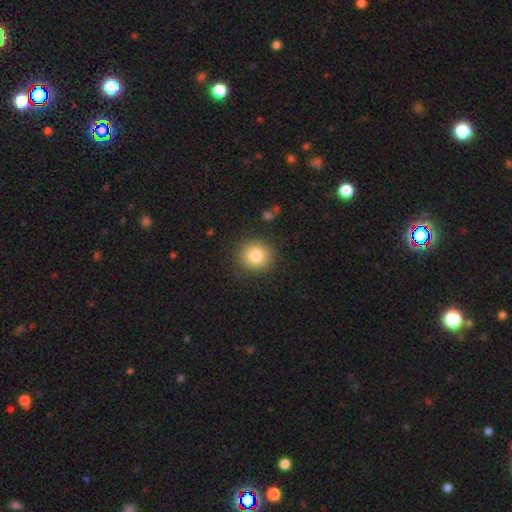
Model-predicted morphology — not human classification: Q: Smooth or featured?
A: smooth (82%); runner-up: star or artifact (10%)
Q: How rounded?
A: round (91%); runner-up: in between (8%)
Q: Merging?
A: none (90%); runner-up: minor disturbance (7%)